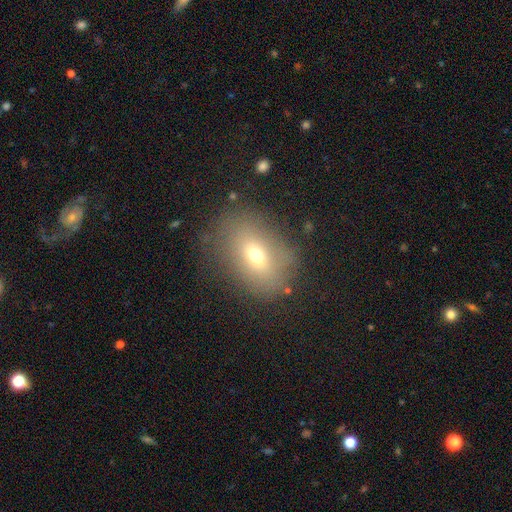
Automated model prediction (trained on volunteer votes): This appears to be a smooth galaxy with no disk features (62%) that is in between round and cigar-shaped (74%). Merging: none (75%).